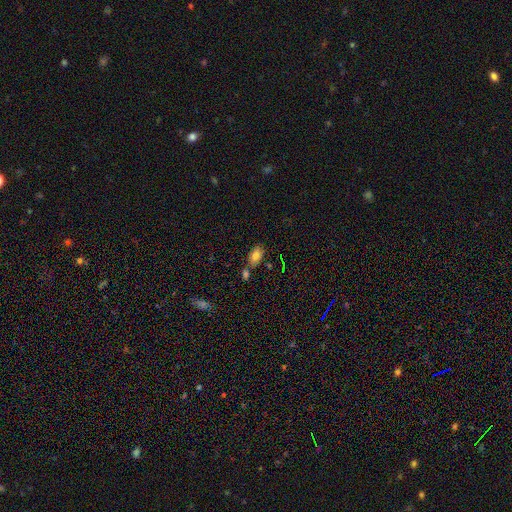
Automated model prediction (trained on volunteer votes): A smooth galaxy with no disk features (78%) that is in between round and cigar-shaped (90%). Merging: none (65%).